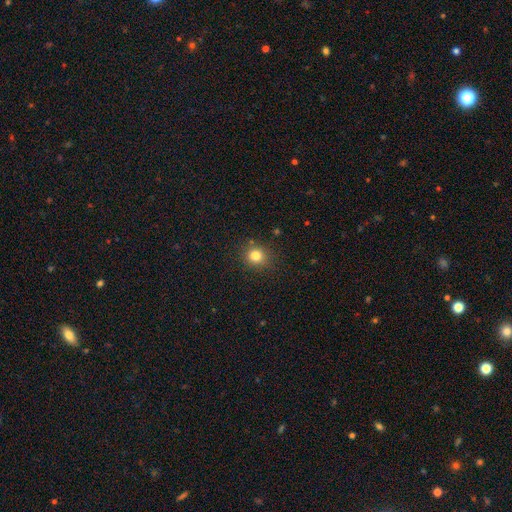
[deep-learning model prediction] A smooth galaxy with no disk features (81%) that is round (87%).

Vote fractions:
- Smooth or featured? smooth: 81% / star or artifact: 13% / featured or disk: 6%
- How rounded? round: 87% / in between: 12% / cigar-shaped: 1%
- Merging? none: 86% / minor disturbance: 9% / major disturbance: 3% / merger: 2%